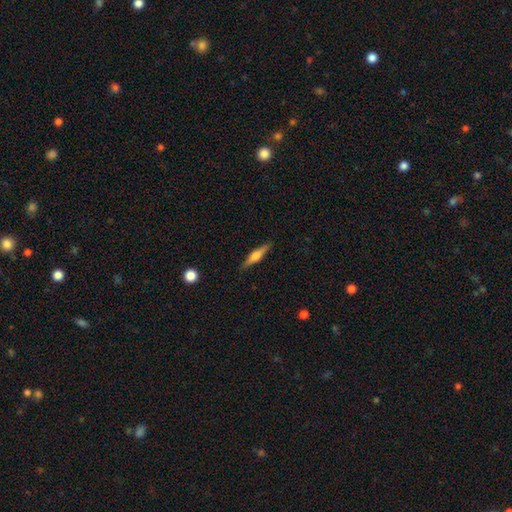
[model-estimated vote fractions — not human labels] Q: Smooth or featured?
A: featured or disk (54%); runner-up: smooth (39%)
Q: Edge-on disk?
A: yes (96%); runner-up: no (4%)
Q: Edge-on bulge?
A: rounded (78%); runner-up: boxy (16%)
Q: Merging?
A: none (87%); runner-up: minor disturbance (9%)